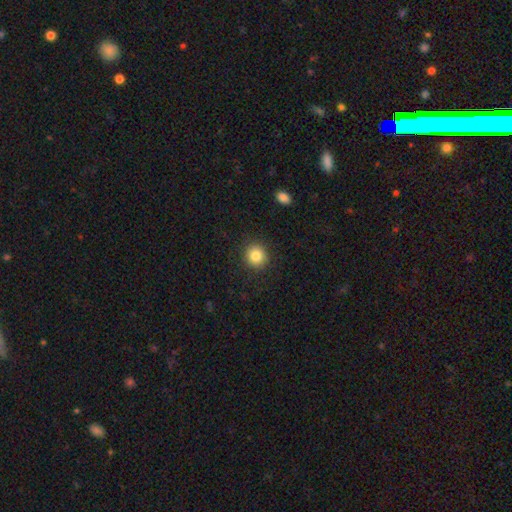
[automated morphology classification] smooth 84%, star or artifact 10%, featured or disk 6%. Down the decision tree: how rounded — round (91%); merging — none (91%).